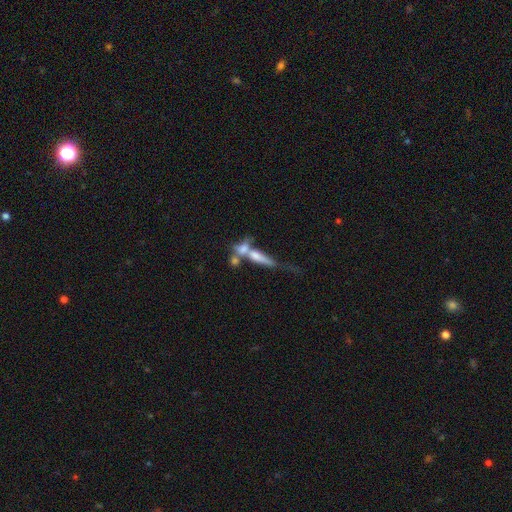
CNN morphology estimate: Smooth or featured: featured or disk — 46% (smooth — 43%)
Merging: merger — 51% (none — 25%)